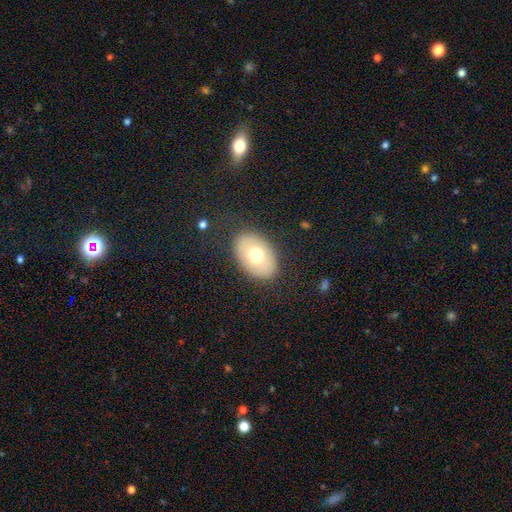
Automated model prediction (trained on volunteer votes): This is likely a smooth galaxy (67%). How rounded: clearly in between (86%). Merging: clearly none (84%).